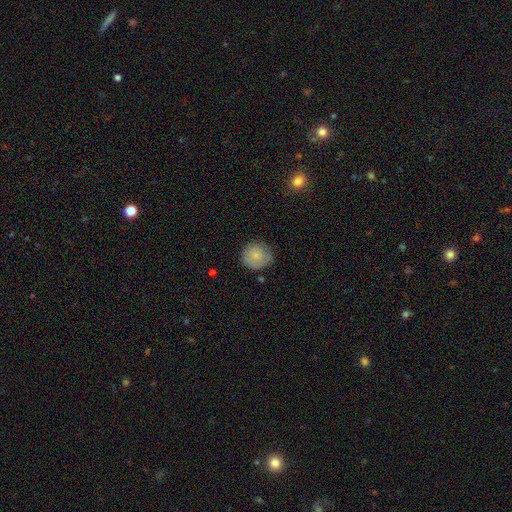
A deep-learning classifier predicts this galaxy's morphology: This is likely a smooth galaxy (80%). How rounded: clearly round (89%). Merging: likely none (72%).